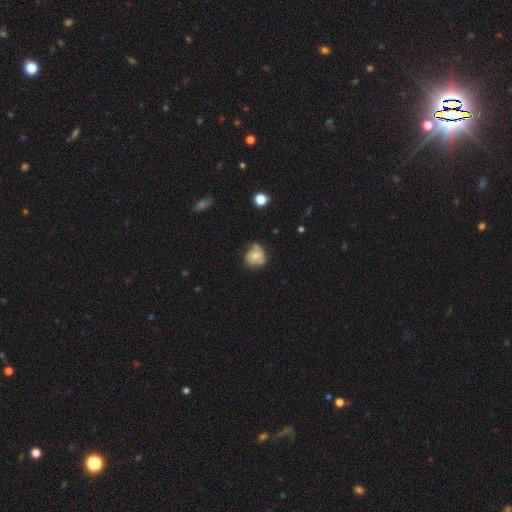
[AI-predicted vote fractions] Morphology: type=featured or disk (47%); merging=none (44%).